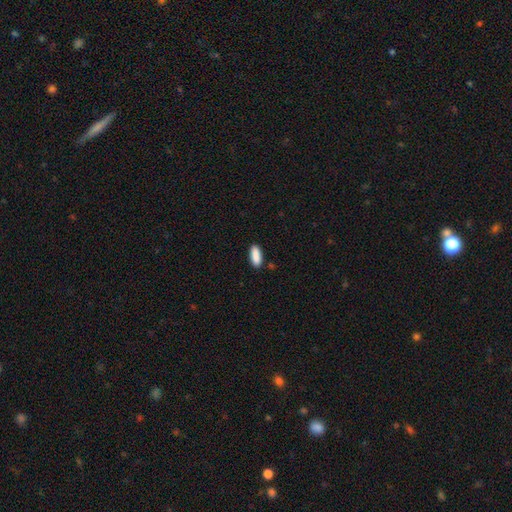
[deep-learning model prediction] This appears to be a smooth galaxy with no disk features (90%) that is in between round and cigar-shaped (73%). Merging: none (87%).